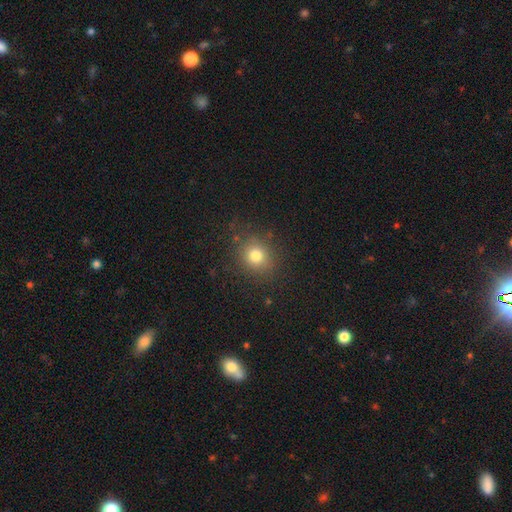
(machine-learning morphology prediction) smooth 77%, star or artifact 15%, featured or disk 8%. Down the decision tree: how rounded — round (80%); merging — none (84%).